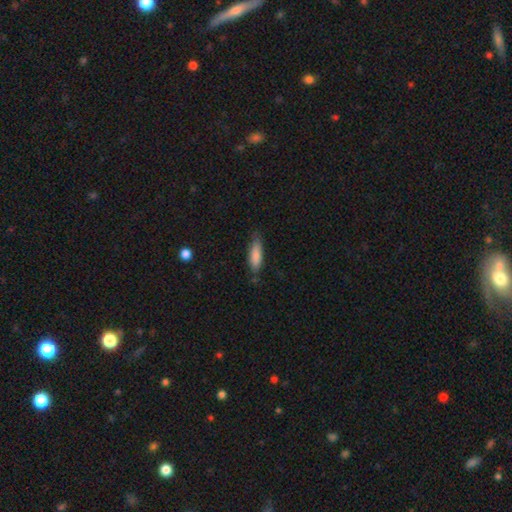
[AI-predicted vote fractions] Morphology: type=smooth (83%); roundness=cigar-shaped (57%); merging=none (70%).